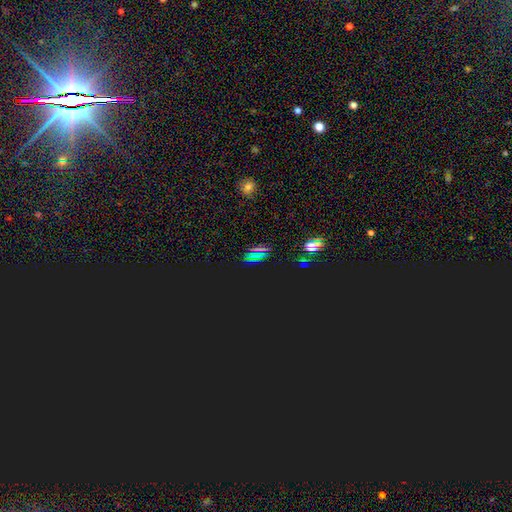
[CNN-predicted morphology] This appears to be a star or artifact, not a galaxy (72%).